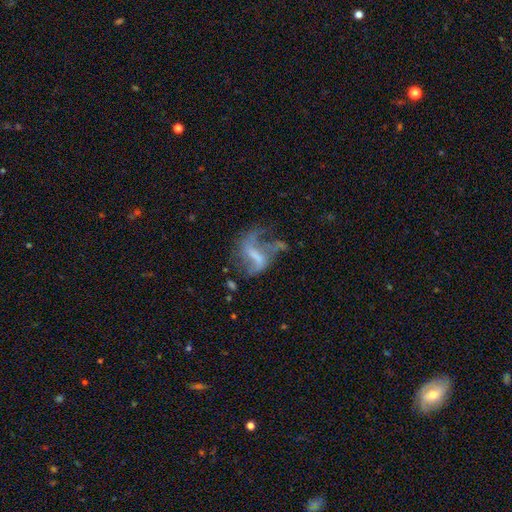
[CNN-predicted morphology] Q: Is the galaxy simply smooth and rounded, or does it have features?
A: featured or disk — 68%.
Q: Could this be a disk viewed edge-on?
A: no — 96%.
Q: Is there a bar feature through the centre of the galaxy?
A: weak — 41%.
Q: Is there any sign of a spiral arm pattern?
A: yes — 65%.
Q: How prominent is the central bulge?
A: none — 47%.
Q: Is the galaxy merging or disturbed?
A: major disturbance — 42%.